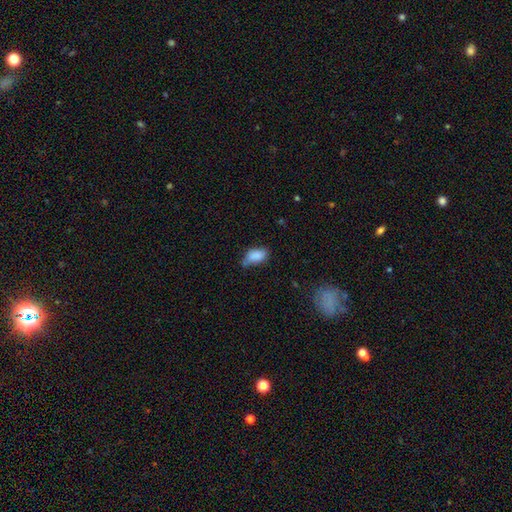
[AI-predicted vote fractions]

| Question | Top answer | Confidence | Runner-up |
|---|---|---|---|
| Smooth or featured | smooth | 84% | star or artifact (9%) |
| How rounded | in between | 90% | round (6%) |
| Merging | none | 45% | minor disturbance (37%) |